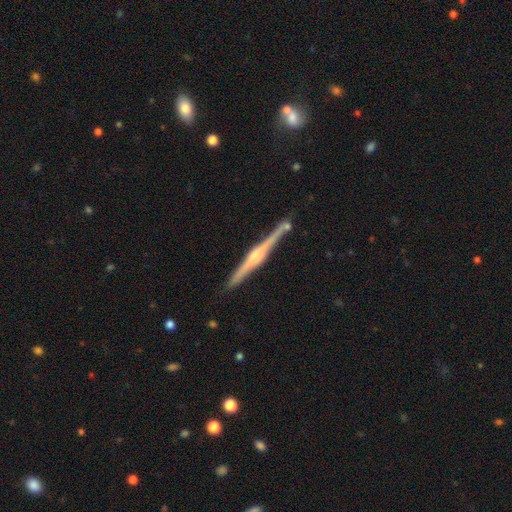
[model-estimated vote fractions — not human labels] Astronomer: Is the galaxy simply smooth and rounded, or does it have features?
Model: featured or disk — 82%.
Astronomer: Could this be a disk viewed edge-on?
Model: yes — 98%.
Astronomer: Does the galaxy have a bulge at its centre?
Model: rounded — 67%.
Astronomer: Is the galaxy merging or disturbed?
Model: none — 85%.